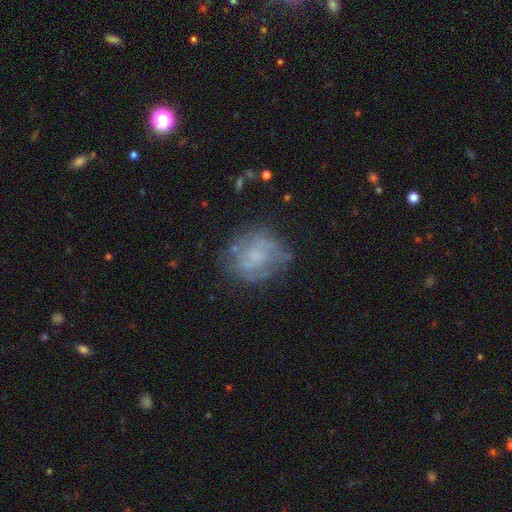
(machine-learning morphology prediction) Smooth or featured? featured or disk (52%)
Edge-on disk? no (97%)
Bar? no (79%)
Spiral arms? no (64%)
Bulge size? small (36%)
Merging? none (63%)